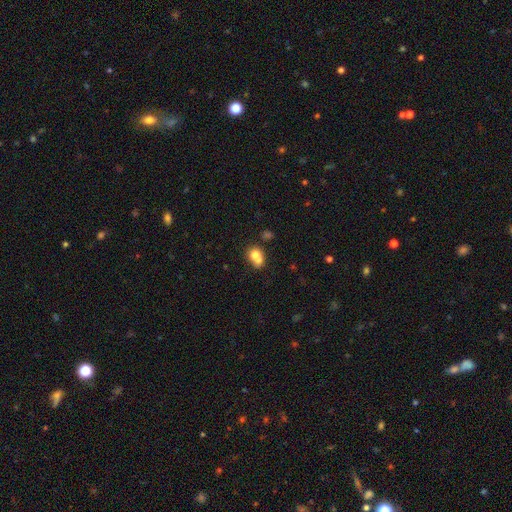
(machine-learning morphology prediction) This is likely a smooth galaxy (71%). How rounded: likely round (63%). Merging: possibly merger (60%).